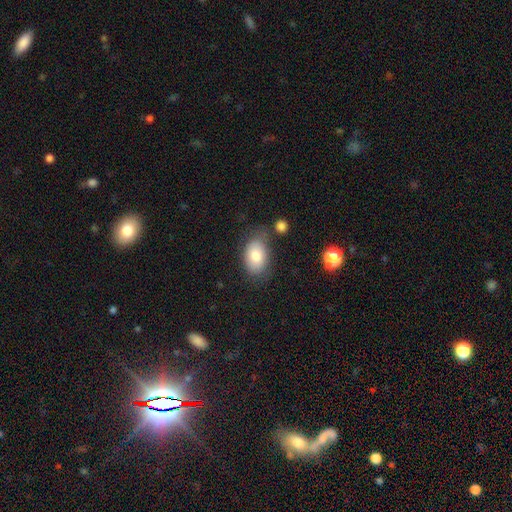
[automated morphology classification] Overall: smooth (79%). How rounded: in between (88%). Merging: none (65%).